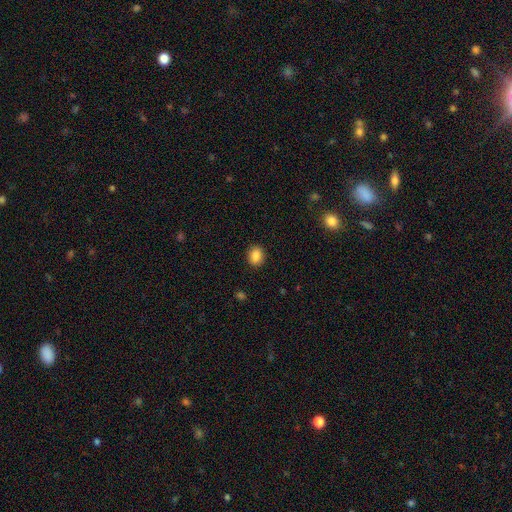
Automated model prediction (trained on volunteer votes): The model was most divided on "how rounded": round: 55%, in between: 44%, cigar-shaped: 1%. More confident: merging — none (90%); smooth or featured — smooth (87%).